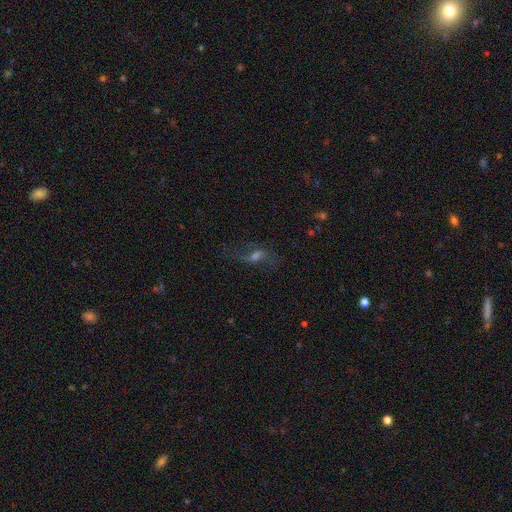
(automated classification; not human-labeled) Smooth or featured?
  - featured or disk: 60% *
  - smooth: 22%
  - star or artifact: 18%
Edge-on disk?
  - no: 89% *
  - yes: 11%
Bar?
  - weak: 48% *
  - no: 33%
  - strong: 19%
Spiral arms?
  - yes: 84% *
  - no: 16%
Bulge size?
  - moderate: 45% *
  - small: 31%
  - large: 11%
  - none: 11%
  - dominant: 2%
Merging?
  - none: 64% *
  - major disturbance: 17%
  - minor disturbance: 17%
  - merger: 2%